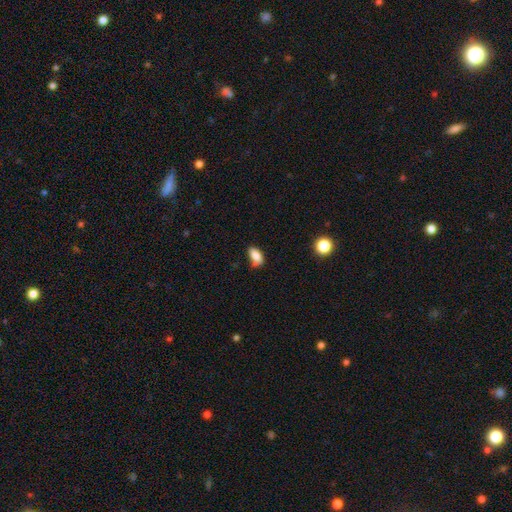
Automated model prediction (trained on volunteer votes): Smooth or featured? smooth (82%)
How rounded? in between (87%)
Merging? none (52%)